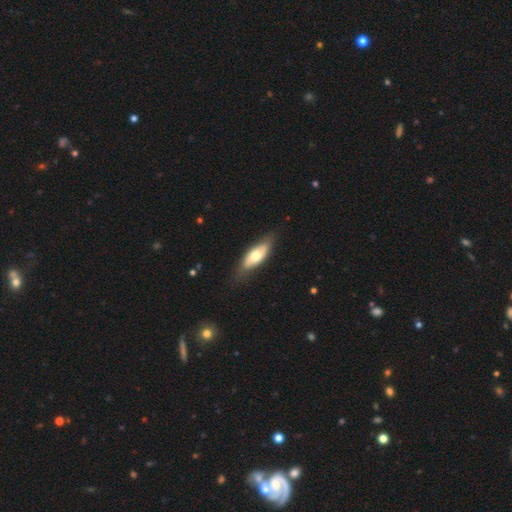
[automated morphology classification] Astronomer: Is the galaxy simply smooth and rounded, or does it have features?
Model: smooth — 58% (runner-up: featured or disk, 37%).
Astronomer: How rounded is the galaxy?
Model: in between — 74%.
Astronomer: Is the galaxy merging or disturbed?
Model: none — 75%.